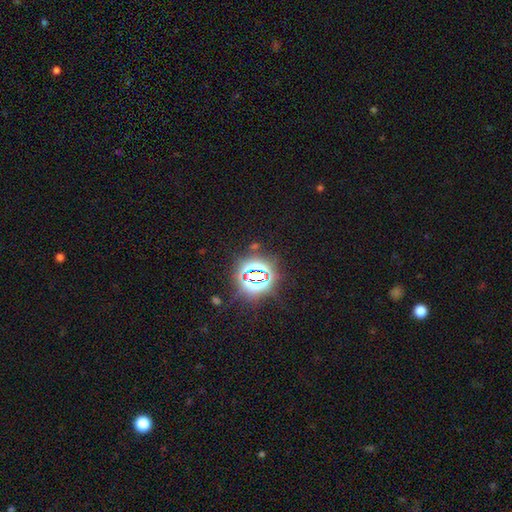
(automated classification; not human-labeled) Smooth or featured?
  - star or artifact: 80% *
  - smooth: 13%
  - featured or disk: 8%